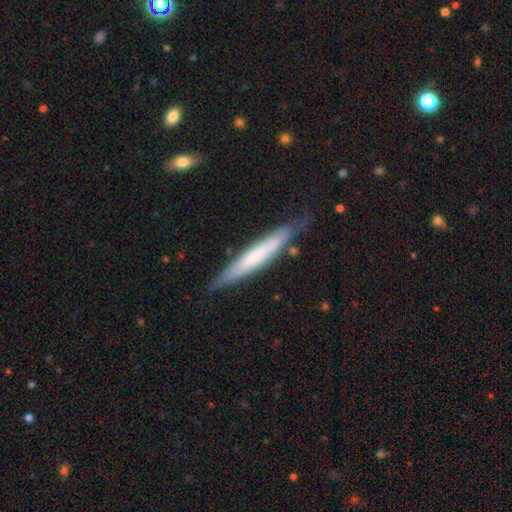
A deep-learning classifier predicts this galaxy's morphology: Q: Smooth or featured?
A: smooth (53%); runner-up: featured or disk (41%)
Q: How rounded?
A: cigar-shaped (91%); runner-up: in between (7%)
Q: Merging?
A: none (72%); runner-up: minor disturbance (21%)